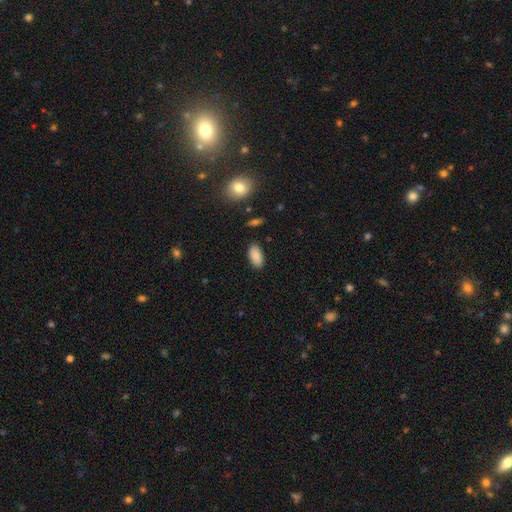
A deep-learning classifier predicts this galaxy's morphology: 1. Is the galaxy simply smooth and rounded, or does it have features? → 88% smooth, 7% star or artifact, 4% featured or disk.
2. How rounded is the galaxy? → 93% in between, 4% cigar-shaped, 2% round.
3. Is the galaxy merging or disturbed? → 87% none, 9% minor disturbance, 2% major disturbance, 2% merger.